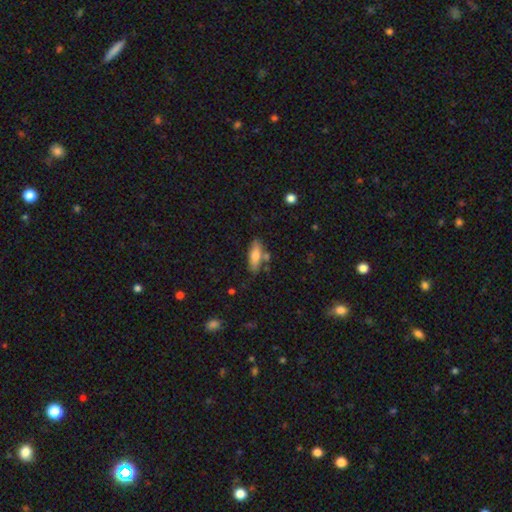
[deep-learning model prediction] Smooth or featured?
  - smooth: 68% *
  - featured or disk: 25%
  - star or artifact: 7%
How rounded?
  - in between: 59% *
  - cigar-shaped: 38%
  - round: 3%
Merging?
  - none: 69% *
  - minor disturbance: 16%
  - merger: 12%
  - major disturbance: 4%